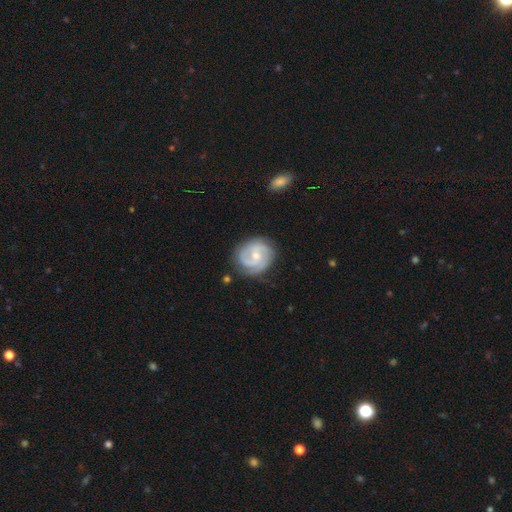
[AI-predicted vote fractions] This is clearly a featured or disk galaxy (83%). It is clearly not viewed edge-on (98%). Bar: possibly no (54%). Spiral arm pattern: clearly yes (96%). Spiral arm count: possibly 2 (46%). Spiral winding: possibly tight (47%). Central bulge: possibly small (54%). Merging: likely none (77%).